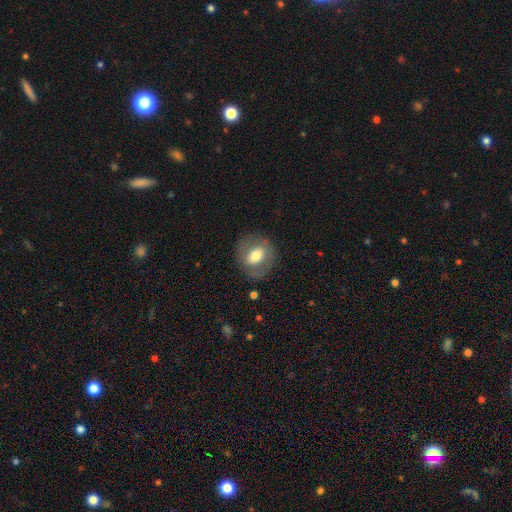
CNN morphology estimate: Smooth or featured: smooth — 51% (featured or disk — 41%)
How rounded: round — 55% (in between — 44%)
Merging: none — 78% (minor disturbance — 14%)